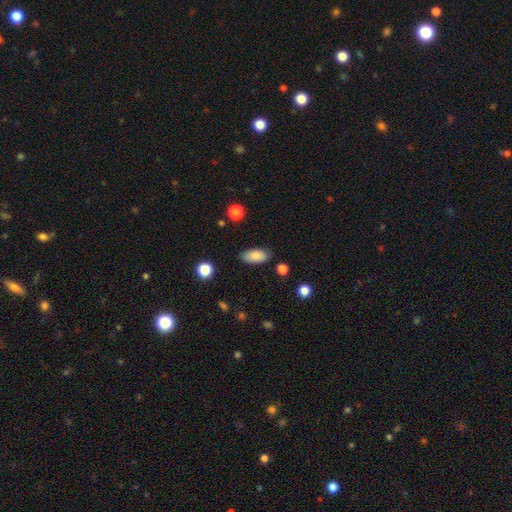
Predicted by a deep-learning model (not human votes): This is clearly a smooth galaxy (85%). How rounded: clearly in between (90%). Merging: clearly none (84%).